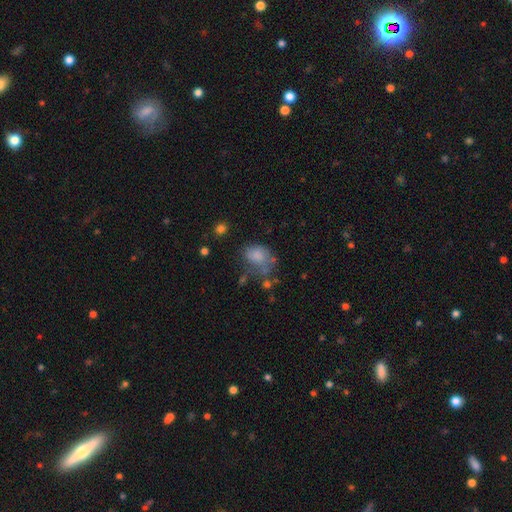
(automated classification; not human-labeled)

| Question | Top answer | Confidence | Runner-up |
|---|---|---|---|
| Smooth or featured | smooth | 68% | featured or disk (17%) |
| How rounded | in between | 61% | round (37%) |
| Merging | none | 41% | minor disturbance (26%) |